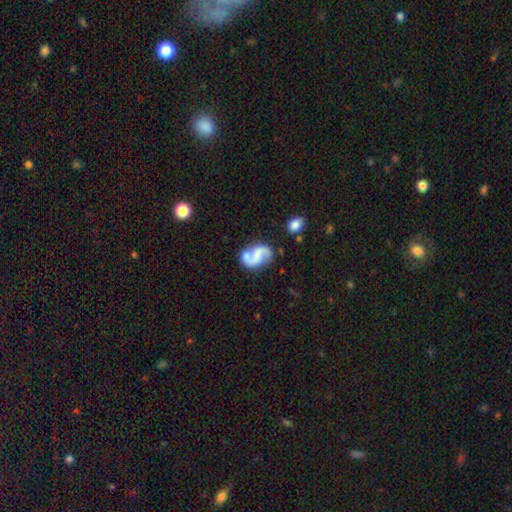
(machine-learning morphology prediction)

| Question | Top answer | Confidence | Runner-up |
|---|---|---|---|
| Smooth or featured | featured or disk | 76% | smooth (17%) |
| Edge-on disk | no | 98% | yes (2%) |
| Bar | no | 46% | weak (38%) |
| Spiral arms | yes | 92% | no (8%) |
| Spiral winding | loose | 58% | medium (33%) |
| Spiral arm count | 2 | 91% | can't tell (3%) |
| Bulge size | none | 50% | small (27%) |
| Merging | none | 60% | minor disturbance (19%) |